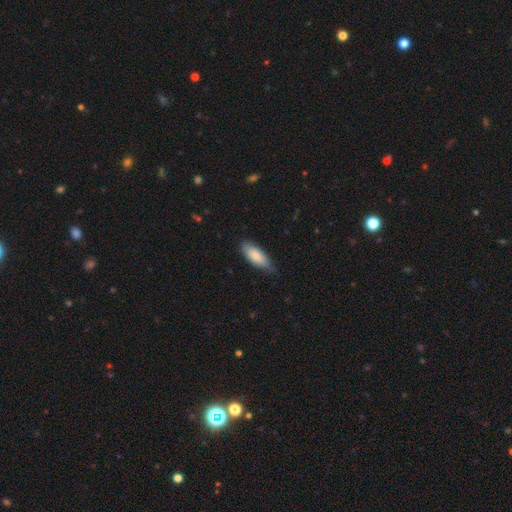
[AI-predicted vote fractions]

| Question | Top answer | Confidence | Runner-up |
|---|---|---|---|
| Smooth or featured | smooth | 84% | featured or disk (11%) |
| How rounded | in between | 76% | cigar-shaped (22%) |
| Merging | none | 72% | minor disturbance (24%) |